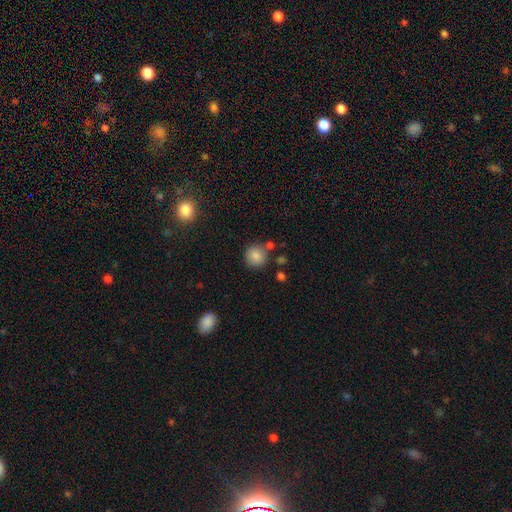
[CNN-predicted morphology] A smooth galaxy with no disk features (84%) that is round (90%). Merging: none (76%).